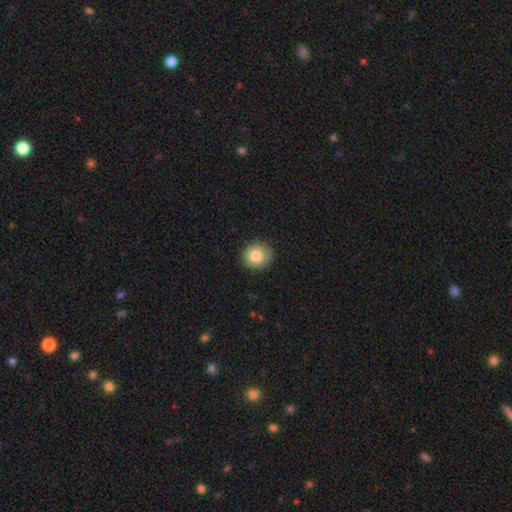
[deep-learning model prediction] This appears to be a smooth galaxy with no disk features (82%) that is round (85%). Merging: none (86%).